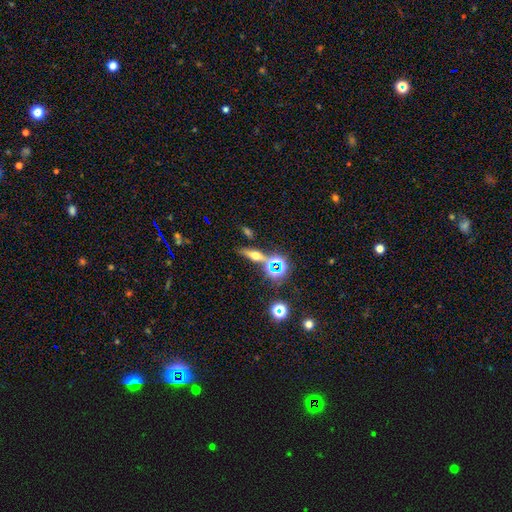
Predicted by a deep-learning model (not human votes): Smooth or featured?
  - featured or disk: 48% *
  - smooth: 31%
  - star or artifact: 22%
Merging?
  - none: 71% *
  - merger: 14%
  - minor disturbance: 10%
  - major disturbance: 4%